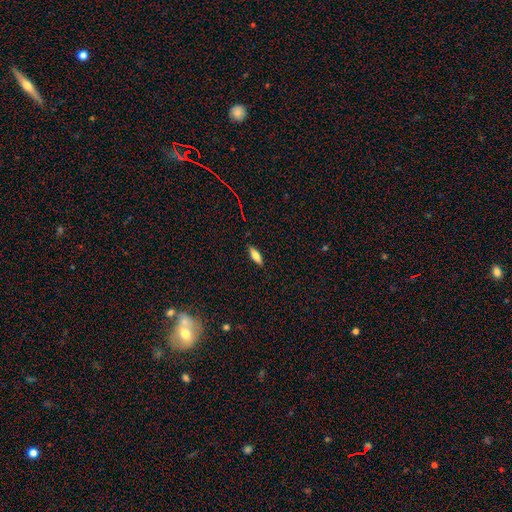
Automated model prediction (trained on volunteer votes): smooth-or-featured: smooth: 71% | featured or disk: 21% | star or artifact: 8%
  how-rounded: in between: 58% | cigar-shaped: 40% | round: 2%
  merging: none: 88% | minor disturbance: 9% | major disturbance: 2% | merger: 1%